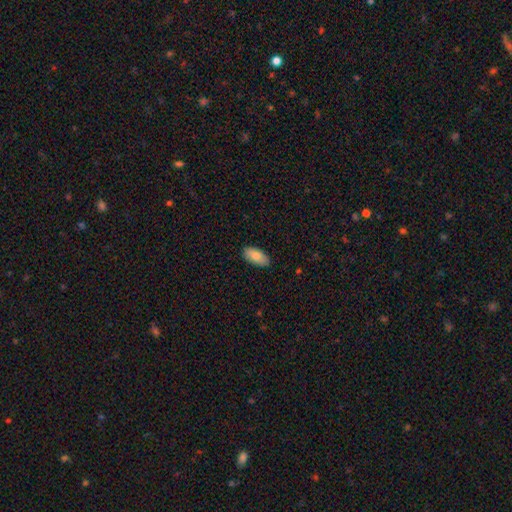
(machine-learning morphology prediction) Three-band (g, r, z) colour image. It shows a smooth galaxy with no disk features (84%) that is in between round and cigar-shaped (92%). Merging: none (86%).